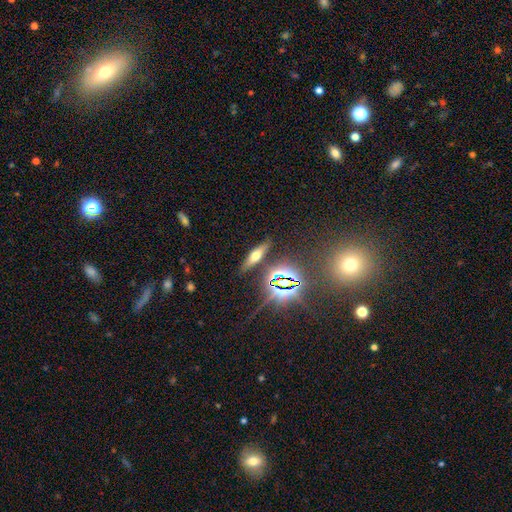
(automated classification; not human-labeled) This appears to be a smooth galaxy with no disk features (39%). Merging: none (82%).